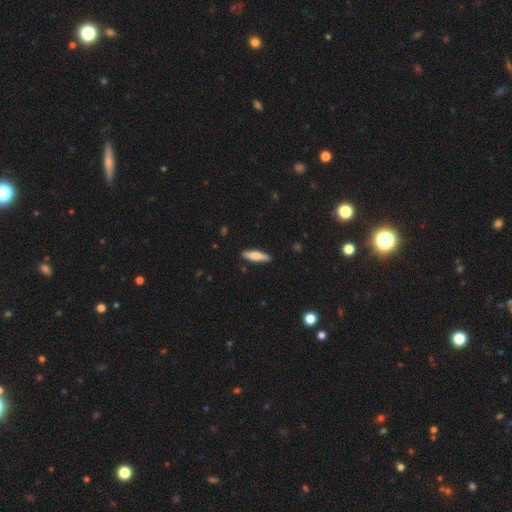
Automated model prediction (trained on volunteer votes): Smooth or featured? Predicted: smooth (p=0.71). How rounded? Predicted: cigar-shaped (p=0.67). Merging? Predicted: none (p=0.88).